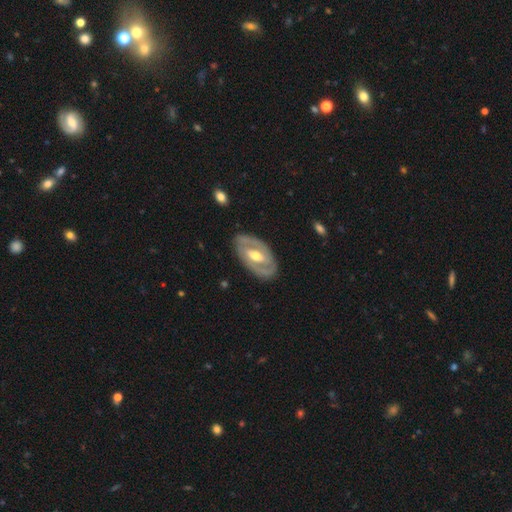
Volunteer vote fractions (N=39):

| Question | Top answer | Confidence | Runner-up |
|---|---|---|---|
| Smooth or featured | featured or disk | 77% | smooth (18%) |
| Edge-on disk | no | 93% | yes (7%) |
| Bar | weak | 57% | strong (32%) |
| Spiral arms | yes | 82% | no (18%) |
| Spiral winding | medium | 48% | tight (43%) |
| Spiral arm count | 2 | 83% | can't tell (13%) |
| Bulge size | moderate | 71% | small (18%) |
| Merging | none | 84% | minor disturbance (16%) |